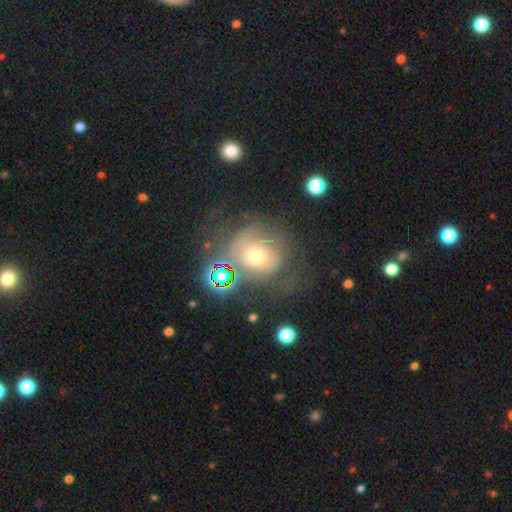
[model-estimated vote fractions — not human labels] This is marginally a smooth galaxy (43%). Merging: marginally none (43%).